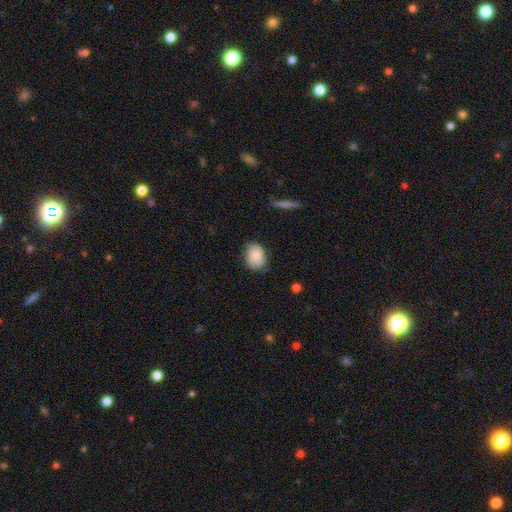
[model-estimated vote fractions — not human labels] smooth-or-featured: smooth: 81% | featured or disk: 12% | star or artifact: 7%
  how-rounded: in between: 68% | round: 31% | cigar-shaped: 1%
  merging: none: 67% | minor disturbance: 26% | major disturbance: 5% | merger: 1%